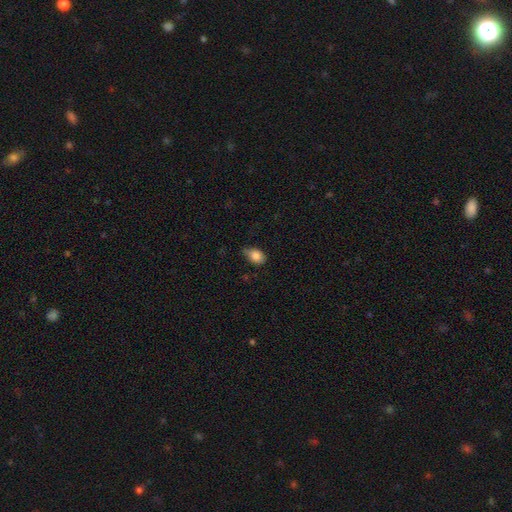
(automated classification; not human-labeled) This appears to be a smooth galaxy with no disk features (85%) that is in between round and cigar-shaped (72%). Merging: none (51%).